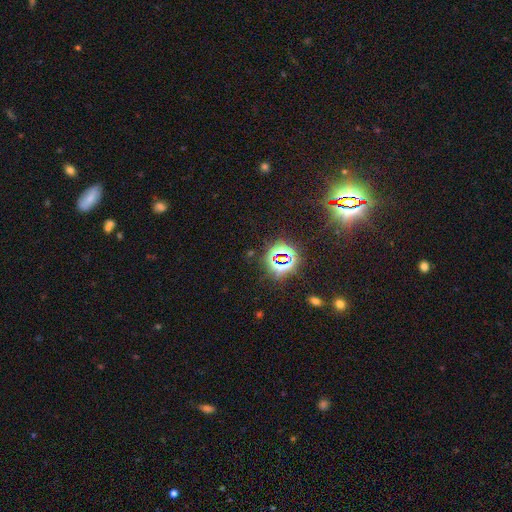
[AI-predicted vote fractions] A star or artifact, not a galaxy (79%).

Vote fractions:
- Smooth or featured? star or artifact: 79% / smooth: 12% / featured or disk: 8%